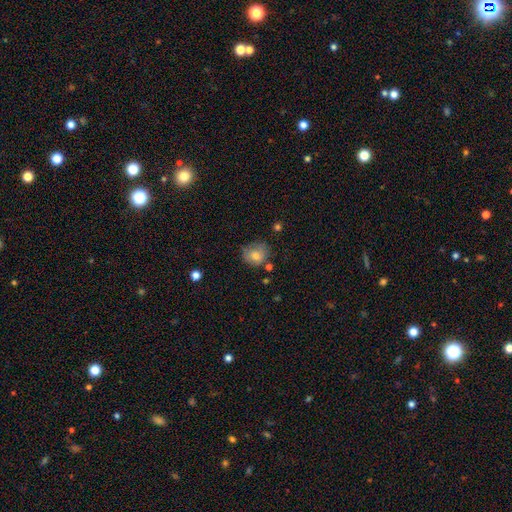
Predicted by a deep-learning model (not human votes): Morphology: type=smooth (75%); roundness=round (73%); merging=none (60%).